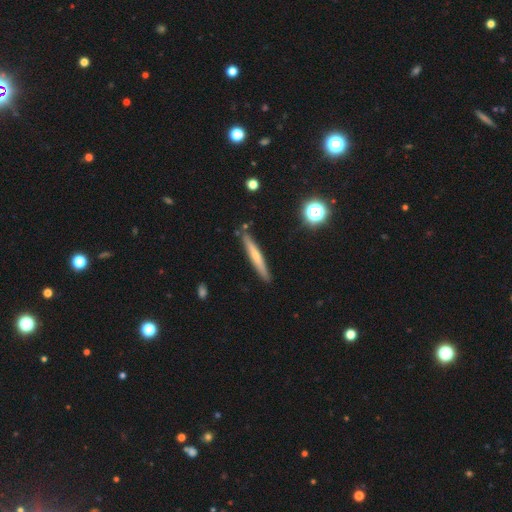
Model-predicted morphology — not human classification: Smooth or featured?
  - smooth: 48% *
  - featured or disk: 44%
  - star or artifact: 8%
Merging?
  - none: 87% *
  - minor disturbance: 9%
  - merger: 3%
  - major disturbance: 2%